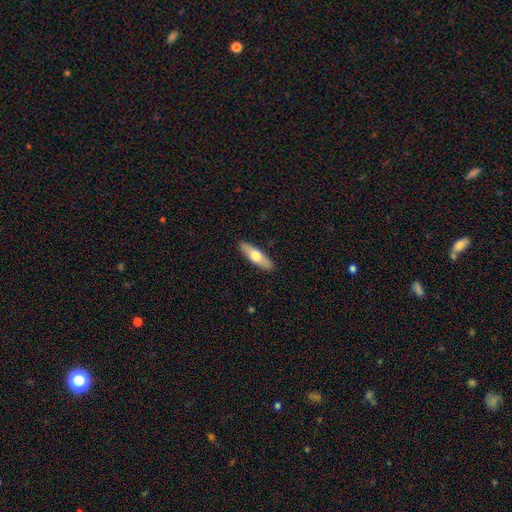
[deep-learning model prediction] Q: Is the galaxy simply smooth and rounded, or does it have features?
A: smooth — 64%.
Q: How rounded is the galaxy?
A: cigar-shaped — 53%.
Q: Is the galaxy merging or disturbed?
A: none — 90%.